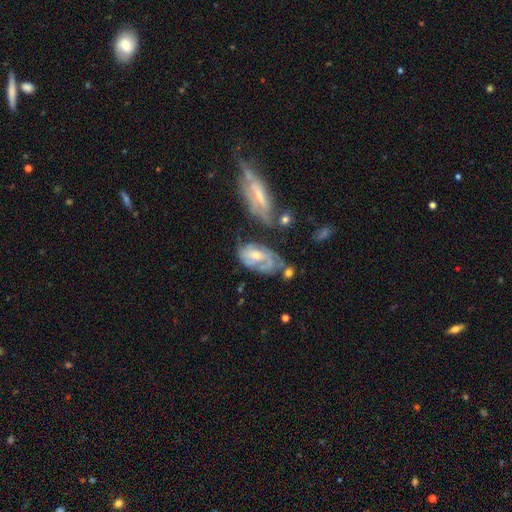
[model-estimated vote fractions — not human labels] Smooth or featured?
  - featured or disk: 69% *
  - smooth: 24%
  - star or artifact: 7%
Edge-on disk?
  - no: 94% *
  - yes: 6%
Bar?
  - no: 64% *
  - weak: 30%
  - strong: 6%
Spiral arms?
  - yes: 74% *
  - no: 26%
Bulge size?
  - moderate: 46% *
  - small: 38%
  - none: 10%
  - large: 5%
  - dominant: 1%
Merging?
  - none: 38% *
  - minor disturbance: 24%
  - major disturbance: 21%
  - merger: 17%